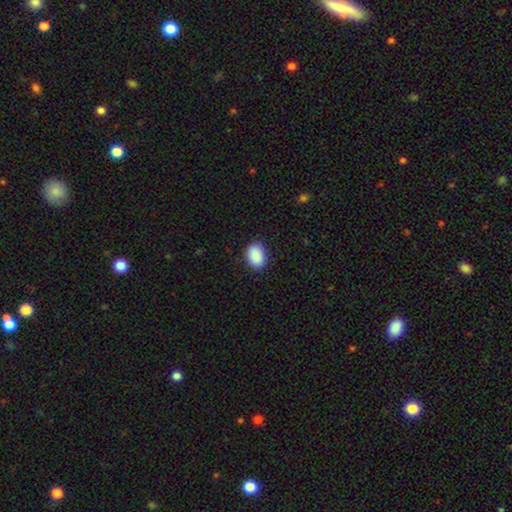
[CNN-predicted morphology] Q: Smooth or featured?
A: smooth (91%); runner-up: star or artifact (7%)
Q: How rounded?
A: in between (85%); runner-up: round (14%)
Q: Merging?
A: none (86%); runner-up: minor disturbance (11%)